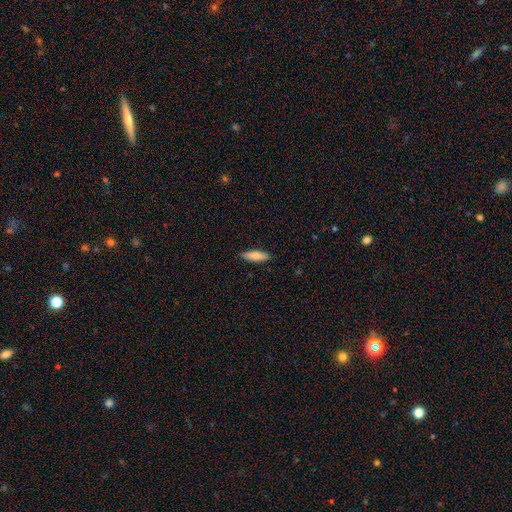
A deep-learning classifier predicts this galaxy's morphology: type=smooth (78%); roundness=in between (49%, tied with cigar-shaped); merging=none (89%).